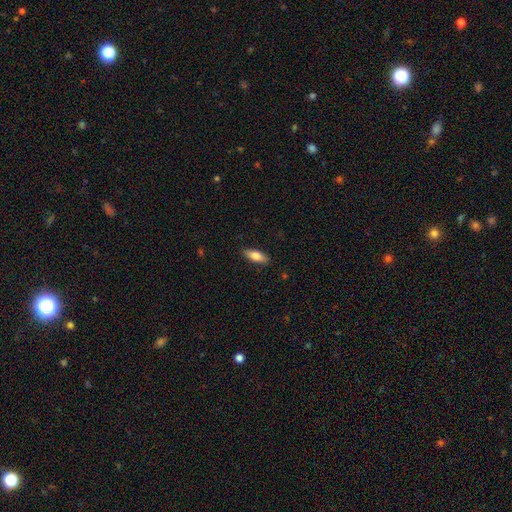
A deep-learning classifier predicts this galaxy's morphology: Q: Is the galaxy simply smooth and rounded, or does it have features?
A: smooth — 74%.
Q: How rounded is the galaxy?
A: in between — 66%.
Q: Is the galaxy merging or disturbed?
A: none — 89%.